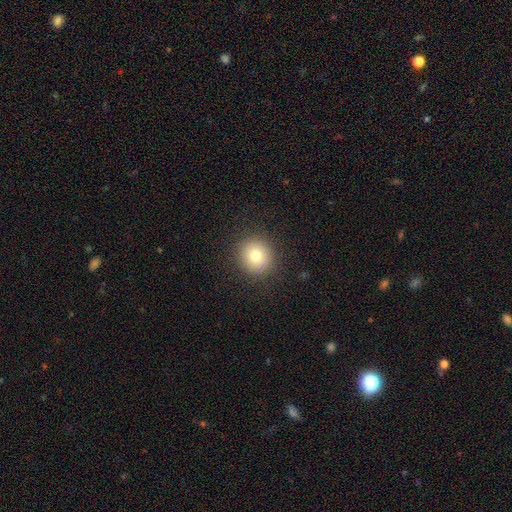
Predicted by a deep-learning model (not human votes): Q: Smooth or featured?
A: smooth (78%); runner-up: star or artifact (12%)
Q: How rounded?
A: round (90%); runner-up: in between (9%)
Q: Merging?
A: none (89%); runner-up: minor disturbance (7%)